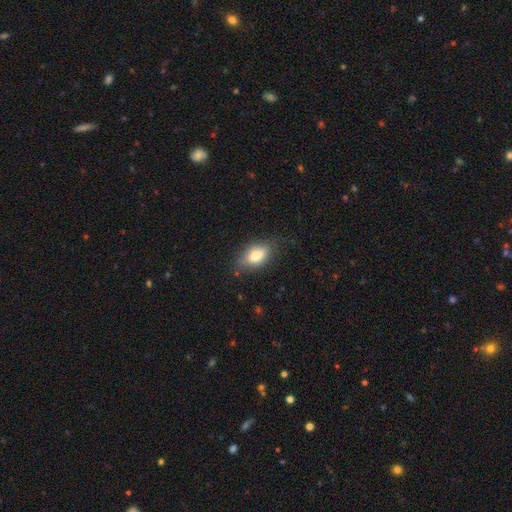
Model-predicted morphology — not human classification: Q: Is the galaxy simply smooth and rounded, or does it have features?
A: smooth — 77%.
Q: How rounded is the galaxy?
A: in between — 86%.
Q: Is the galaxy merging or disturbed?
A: none — 71%.